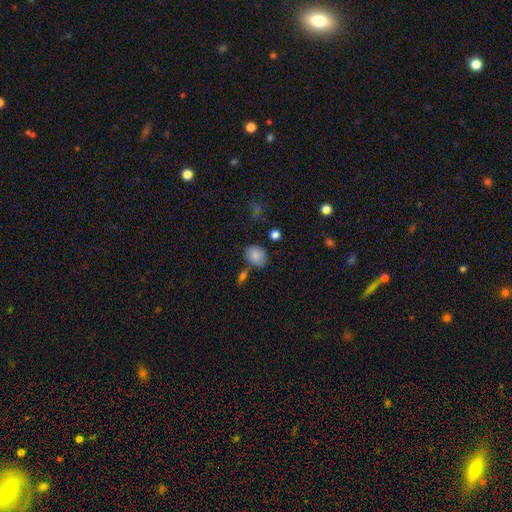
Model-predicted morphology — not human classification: Q: Smooth or featured?
A: smooth (84%); runner-up: star or artifact (8%)
Q: How rounded?
A: in between (63%); runner-up: round (36%)
Q: Merging?
A: none (66%); runner-up: minor disturbance (19%)